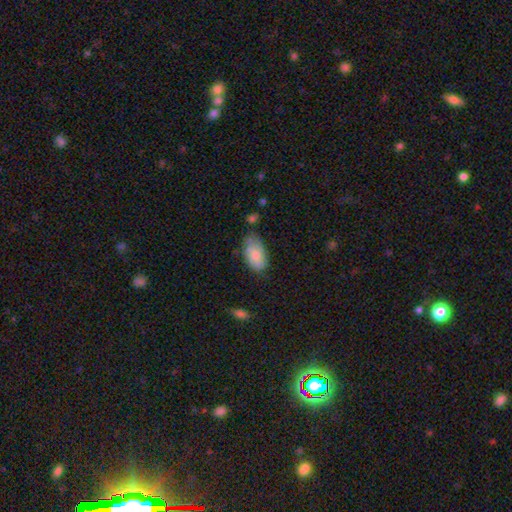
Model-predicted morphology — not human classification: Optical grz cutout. It shows a smooth galaxy with no disk features (76%) that is in between round and cigar-shaped (94%). Merging: none (58%).